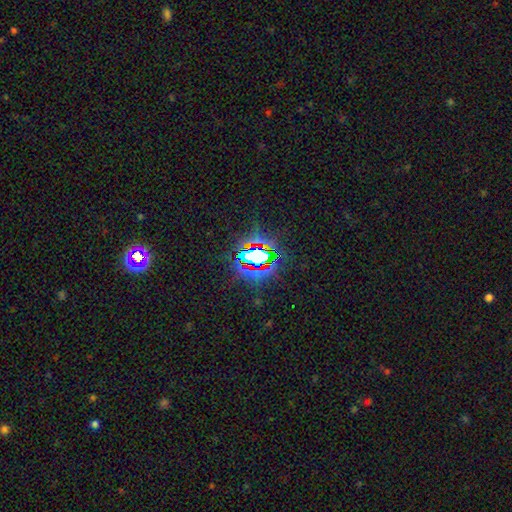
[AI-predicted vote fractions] star or artifact 71%, smooth 17%, featured or disk 13%.